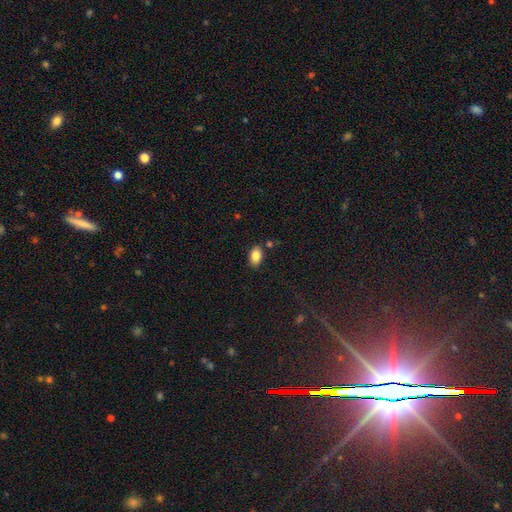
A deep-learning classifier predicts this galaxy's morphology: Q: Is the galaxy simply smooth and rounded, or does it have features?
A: smooth — 85%.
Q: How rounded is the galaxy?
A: in between — 88%.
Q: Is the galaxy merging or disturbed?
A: none — 82%.